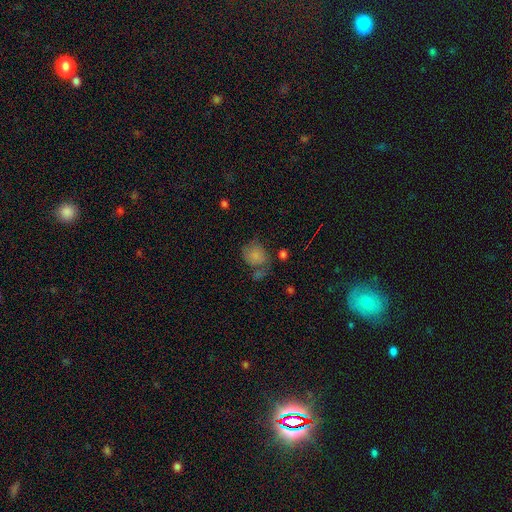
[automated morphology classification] smooth-or-featured: smooth: 79% | featured or disk: 12% | star or artifact: 10%
  how-rounded: round: 63% | in between: 36% | cigar-shaped: 1%
  merging: none: 48% | minor disturbance: 24% | merger: 17% | major disturbance: 12%